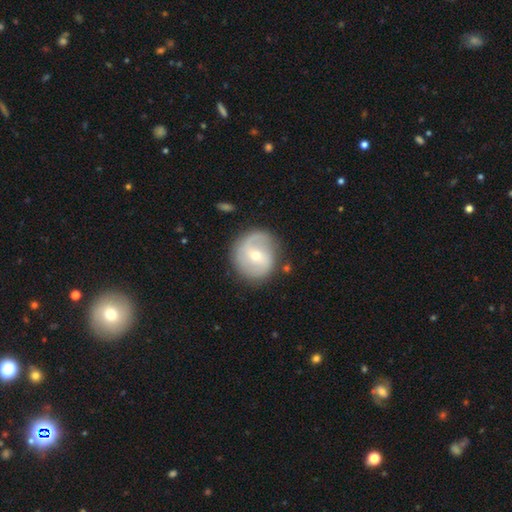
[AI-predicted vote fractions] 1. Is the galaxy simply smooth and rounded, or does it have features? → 67% featured or disk, 26% smooth, 7% star or artifact.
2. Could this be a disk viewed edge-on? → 97% no, 3% yes.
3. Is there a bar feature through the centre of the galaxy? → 44% weak, 38% no, 17% strong.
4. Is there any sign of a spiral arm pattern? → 82% yes, 18% no.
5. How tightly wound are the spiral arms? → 42% medium, 35% loose, 23% tight.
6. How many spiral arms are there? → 77% 2, 10% can't tell, 8% 1, 3% 3, 1% 4, 1% more than 4.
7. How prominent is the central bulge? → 50% small, 47% moderate, 2% large, 1% none, 1% dominant.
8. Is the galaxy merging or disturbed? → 79% none, 14% minor disturbance, 6% major disturbance, 2% merger.